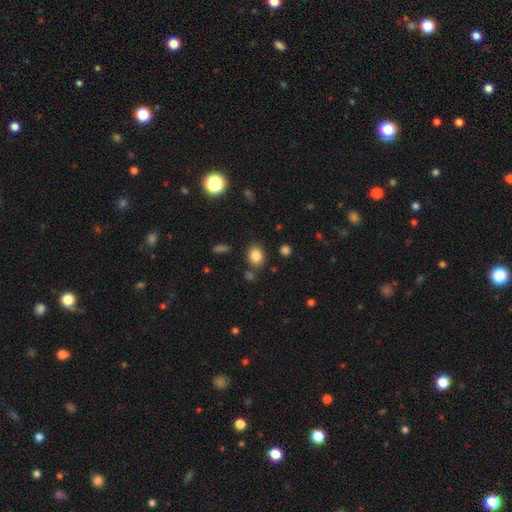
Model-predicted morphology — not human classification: Smooth or featured?
  - smooth: 84% *
  - star or artifact: 10%
  - featured or disk: 6%
How rounded?
  - in between: 52% *
  - round: 47%
  - cigar-shaped: 1%
Merging?
  - none: 82% *
  - minor disturbance: 10%
  - merger: 5%
  - major disturbance: 3%